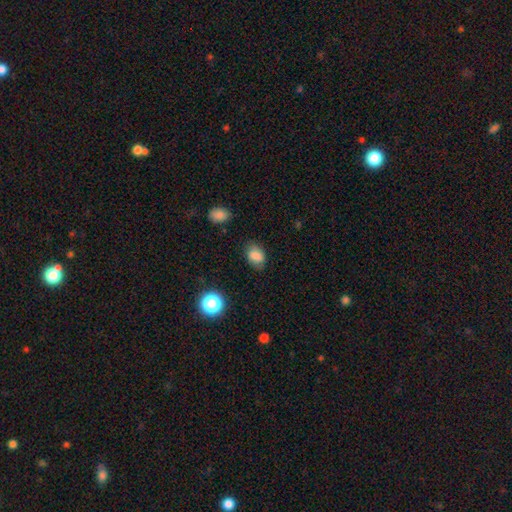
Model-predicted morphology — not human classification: A smooth galaxy with no disk features (83%) that is in between round and cigar-shaped (78%). Merging: none (76%).